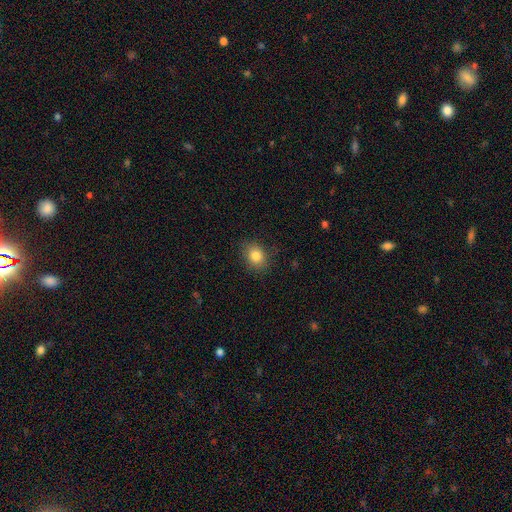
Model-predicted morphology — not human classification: This appears to be a smooth galaxy with no disk features (83%) that is round (50%). Merging: none (85%).